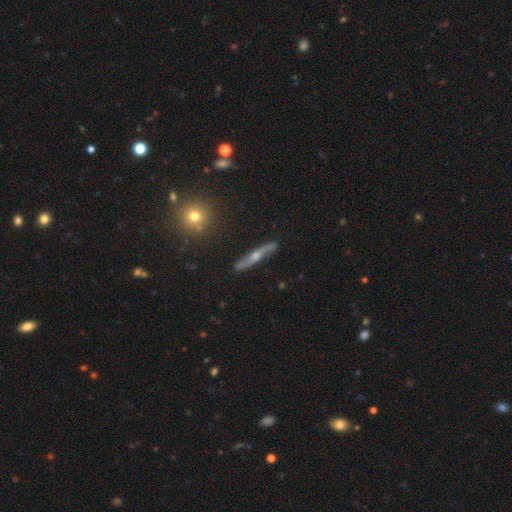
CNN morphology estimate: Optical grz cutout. It shows a featured or disk galaxy (71%) viewed edge-on (81%) with a rounded central bulge (84%). Merging: none (84%).